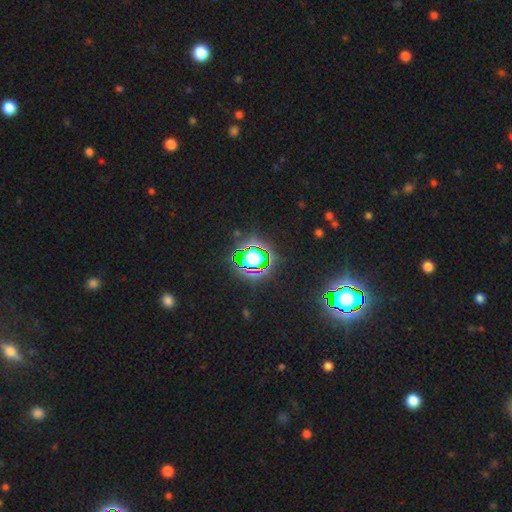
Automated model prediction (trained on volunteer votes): Smooth or featured? star or artifact (79%)